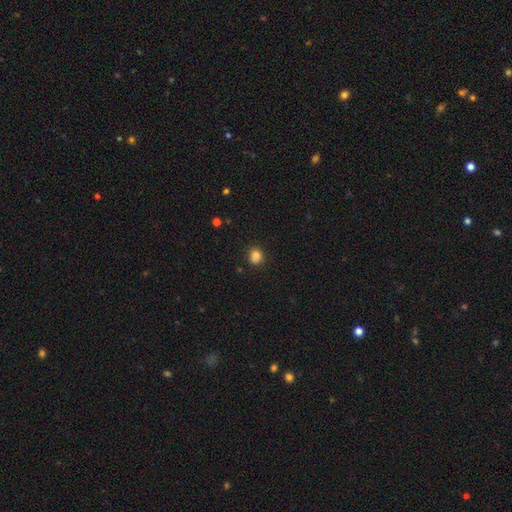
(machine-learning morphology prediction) Smooth or featured?
  - smooth: 83% *
  - star or artifact: 12%
  - featured or disk: 5%
How rounded?
  - round: 79% *
  - in between: 20%
  - cigar-shaped: 1%
Merging?
  - none: 79% *
  - minor disturbance: 15%
  - major disturbance: 3%
  - merger: 3%